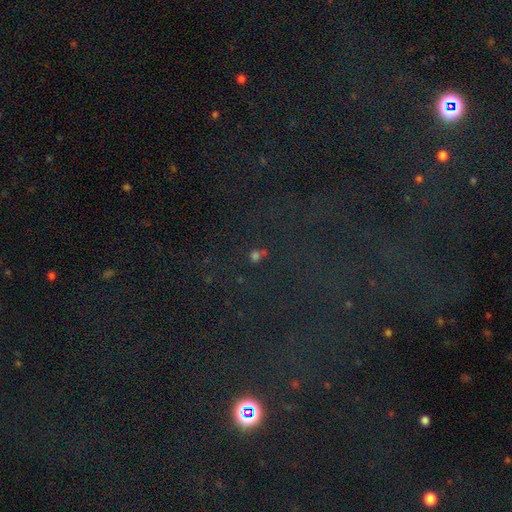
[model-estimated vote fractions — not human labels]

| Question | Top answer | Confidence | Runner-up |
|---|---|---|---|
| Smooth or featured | star or artifact | 76% | smooth (15%) |